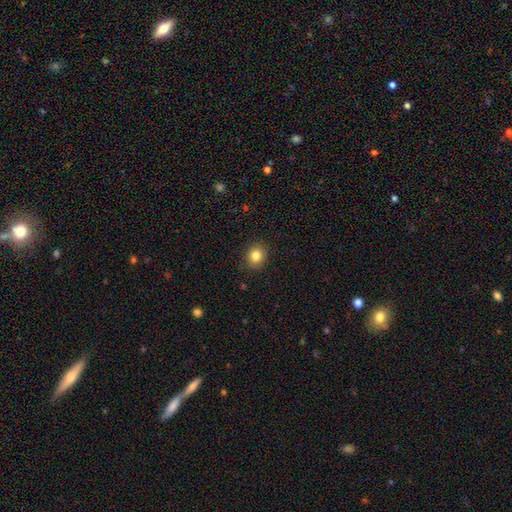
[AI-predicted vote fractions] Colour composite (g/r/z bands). It shows a smooth galaxy with no disk features (83%) that is round (70%). Merging: none (89%).